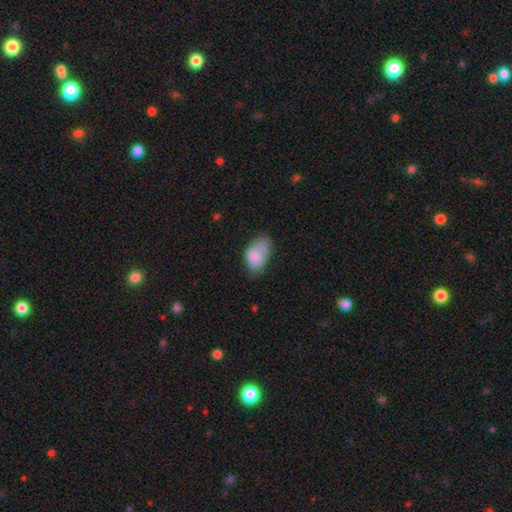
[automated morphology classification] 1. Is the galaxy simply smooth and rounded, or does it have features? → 78% smooth, 14% featured or disk, 8% star or artifact.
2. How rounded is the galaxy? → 90% in between, 9% round, 1% cigar-shaped.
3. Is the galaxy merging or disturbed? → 40% none, 38% minor disturbance, 15% major disturbance, 7% merger.